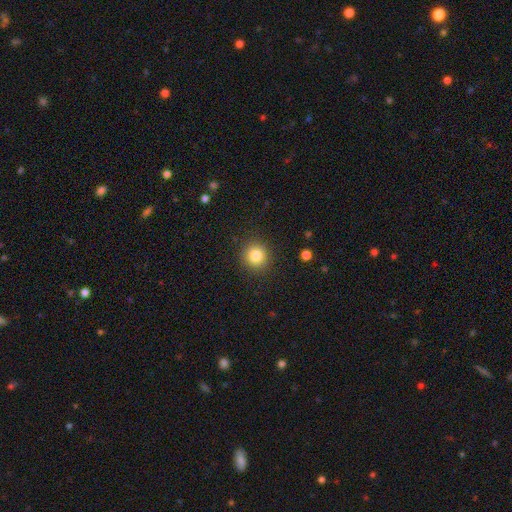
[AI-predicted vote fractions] A smooth galaxy with no disk features (83%) that is round (91%).

Vote fractions:
- Smooth or featured? smooth: 83% / star or artifact: 11% / featured or disk: 6%
- How rounded? round: 91% / in between: 8% / cigar-shaped: 1%
- Merging? none: 90% / minor disturbance: 7% / major disturbance: 2% / merger: 1%